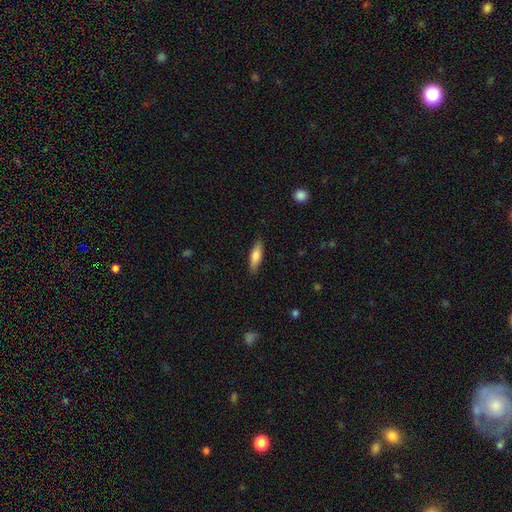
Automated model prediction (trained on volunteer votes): Smooth or featured?
  - smooth: 75% *
  - featured or disk: 19%
  - star or artifact: 6%
How rounded?
  - cigar-shaped: 56% *
  - in between: 42%
  - round: 2%
Merging?
  - none: 86% *
  - minor disturbance: 10%
  - major disturbance: 2%
  - merger: 1%